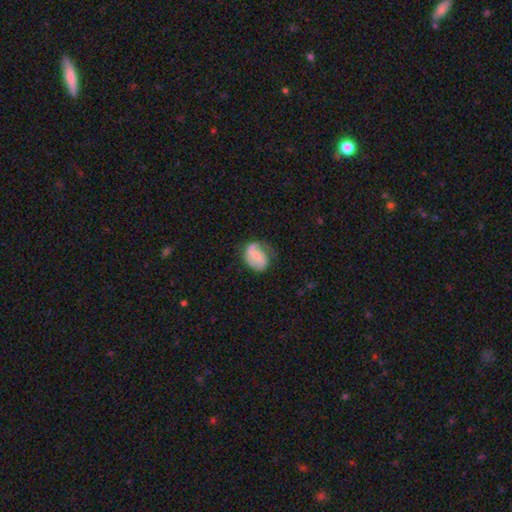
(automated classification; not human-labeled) Q: Smooth or featured?
A: featured or disk (50%); runner-up: smooth (43%)
Q: Merging?
A: none (47%); runner-up: minor disturbance (32%)